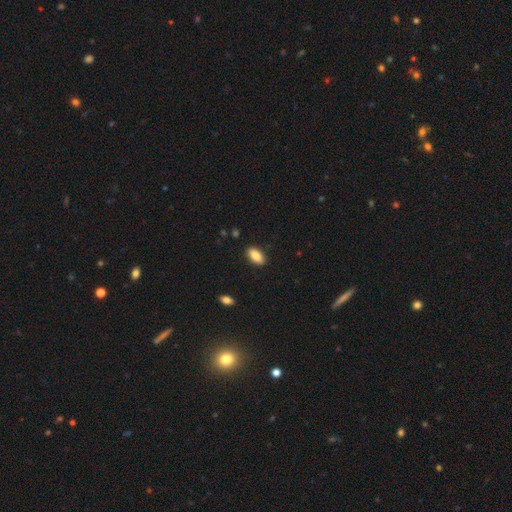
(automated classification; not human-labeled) Morphology: type=smooth (88%); roundness=in between (90%); merging=none (88%).